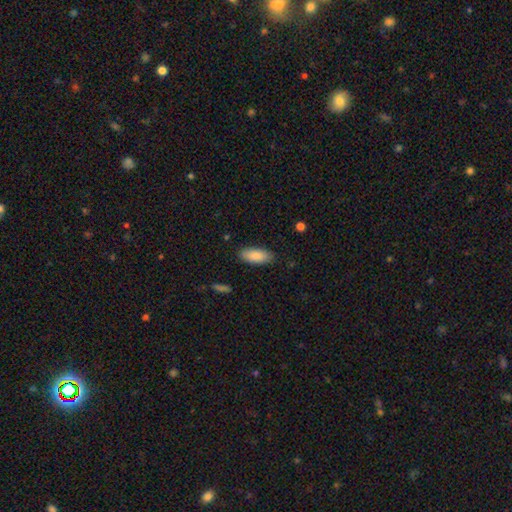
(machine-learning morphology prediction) Overall: smooth (85%). How rounded: in between (81%). Merging: none (87%).